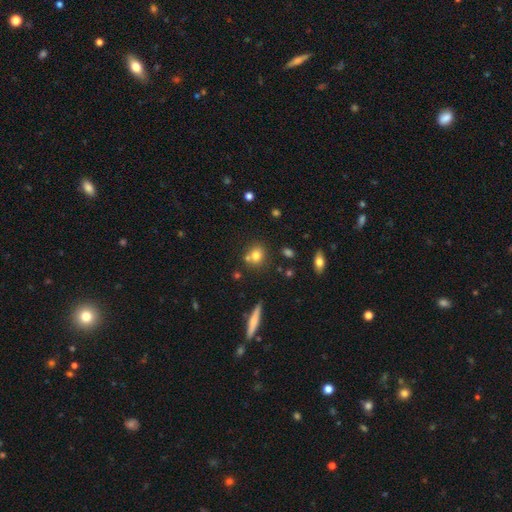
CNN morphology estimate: smooth_or_featured: smooth (p=0.74) [alt: featured or disk p=0.13]
how_rounded: round (p=0.75) [alt: in between p=0.23]
merging: none (p=0.64) [alt: merger p=0.22]